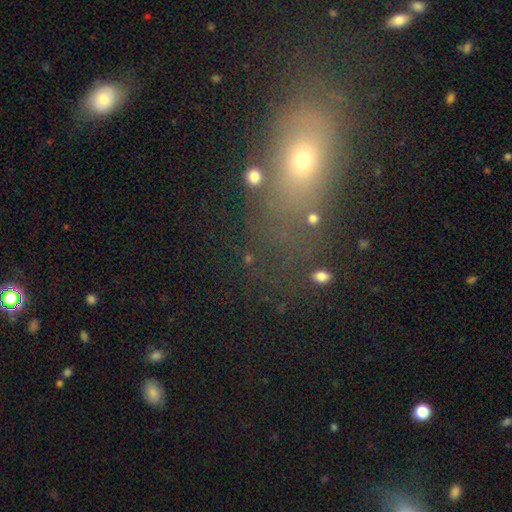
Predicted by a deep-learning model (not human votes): This appears to be a smooth galaxy with no disk features (53%) that is in between round and cigar-shaped (65%). Merging: none (71%).